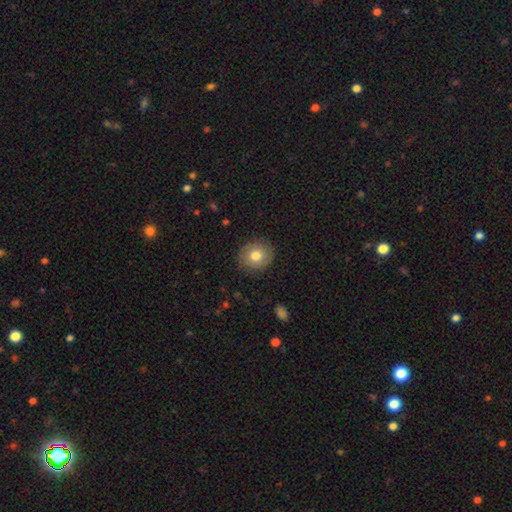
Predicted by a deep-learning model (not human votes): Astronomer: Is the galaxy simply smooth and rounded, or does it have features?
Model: smooth — 75%.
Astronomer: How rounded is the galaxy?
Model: round — 78%.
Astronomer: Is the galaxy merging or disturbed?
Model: none — 87%.